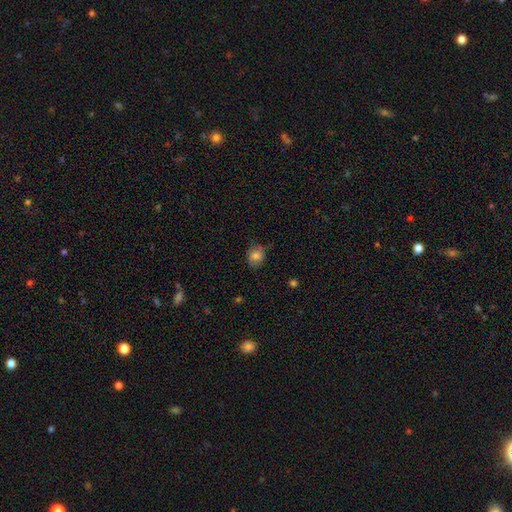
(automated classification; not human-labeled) This appears to be a smooth galaxy with no disk features (77%) that is round (61%). Merging: none (71%).